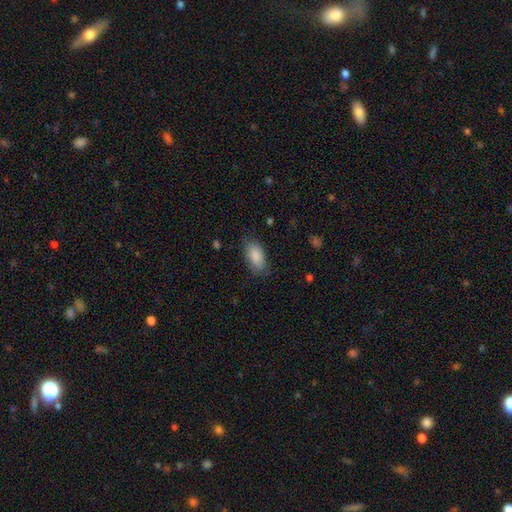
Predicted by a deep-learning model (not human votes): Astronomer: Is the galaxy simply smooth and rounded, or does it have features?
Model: smooth — 88%.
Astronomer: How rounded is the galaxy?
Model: in between — 93%.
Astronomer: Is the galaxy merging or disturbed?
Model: none — 81%.